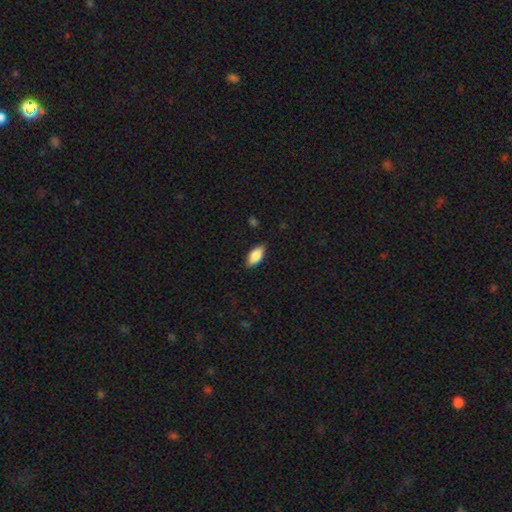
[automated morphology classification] smooth_or_featured: smooth (p=0.83) [alt: featured or disk p=0.10]
how_rounded: in between (p=0.88) [alt: cigar-shaped p=0.09]
merging: none (p=0.85) [alt: minor disturbance p=0.12]